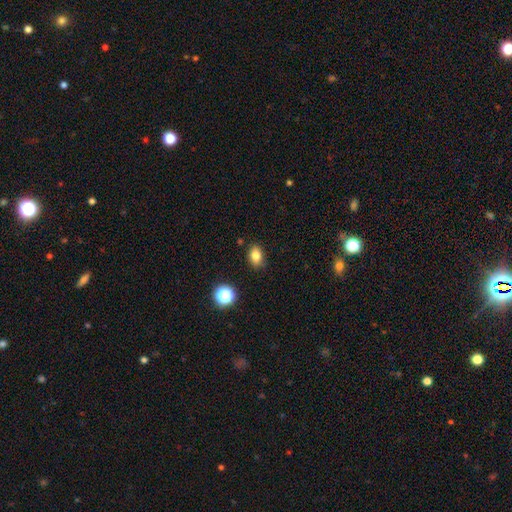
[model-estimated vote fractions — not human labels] Q: Smooth or featured?
A: smooth (81%); runner-up: star or artifact (12%)
Q: How rounded?
A: in between (76%); runner-up: round (23%)
Q: Merging?
A: none (84%); runner-up: minor disturbance (11%)